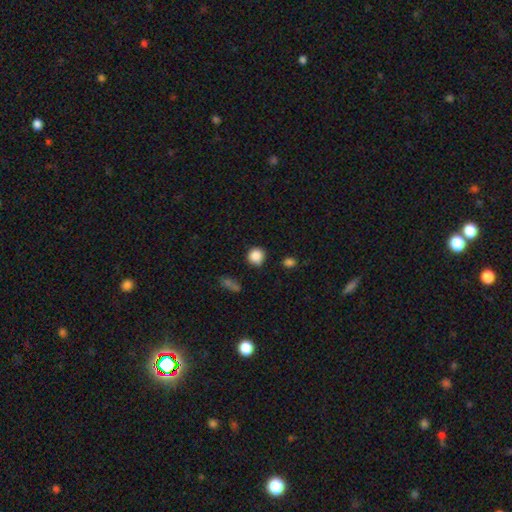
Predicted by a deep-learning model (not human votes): smooth_or_featured: smooth (p=0.87) [alt: star or artifact p=0.10]
how_rounded: round (p=0.92) [alt: in between p=0.07]
merging: none (p=0.84) [alt: minor disturbance p=0.10]